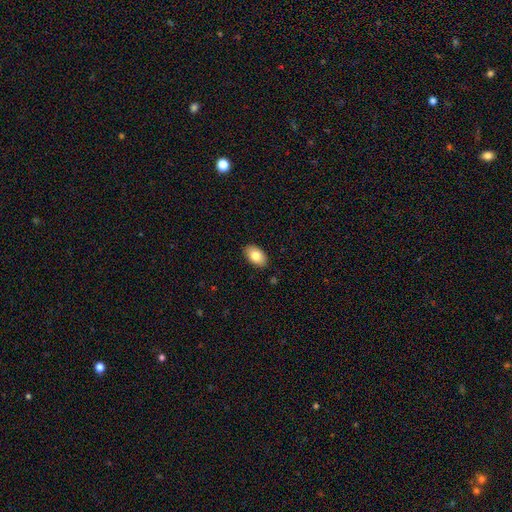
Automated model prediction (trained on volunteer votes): This appears to be a smooth galaxy with no disk features (81%) that is in between round and cigar-shaped (92%). Merging: none (88%).